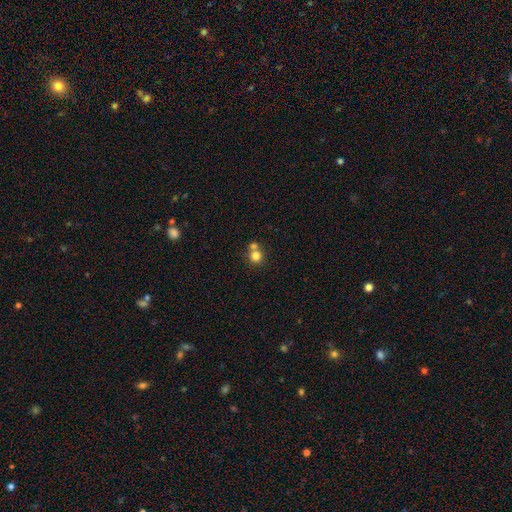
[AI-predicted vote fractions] smooth 79%, star or artifact 12%, featured or disk 9%. Down the decision tree: how rounded — round (89%); merging — none (48%).